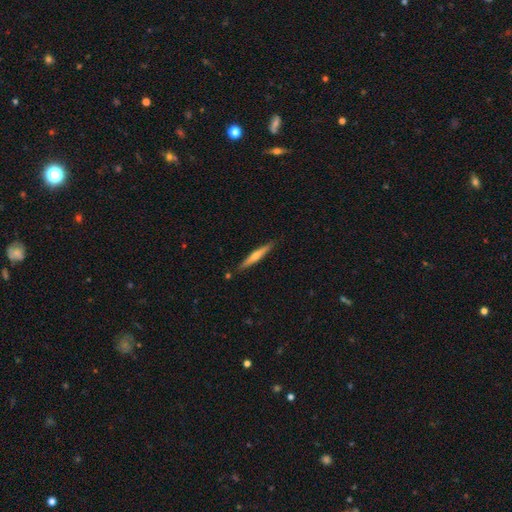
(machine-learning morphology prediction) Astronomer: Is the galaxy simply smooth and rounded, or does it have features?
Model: featured or disk — 51% (runner-up: smooth, 44%).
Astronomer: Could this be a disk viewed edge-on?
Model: yes — 96%.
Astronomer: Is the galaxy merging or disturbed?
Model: none — 88%.